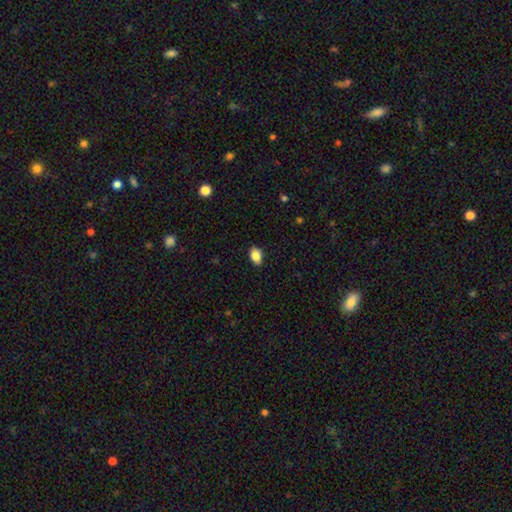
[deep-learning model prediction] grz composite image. It shows a smooth galaxy with no disk features (86%) that is in between round and cigar-shaped (84%). Merging: none (86%).